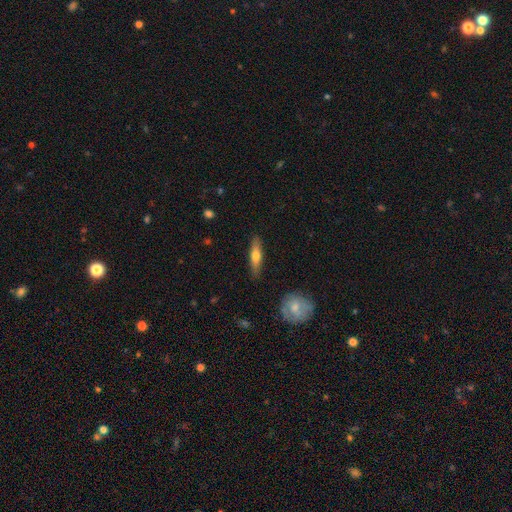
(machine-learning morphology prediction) Smooth or featured: smooth — 56% (featured or disk — 38%)
How rounded: cigar-shaped — 74% (in between — 23%)
Merging: none — 87% (minor disturbance — 9%)